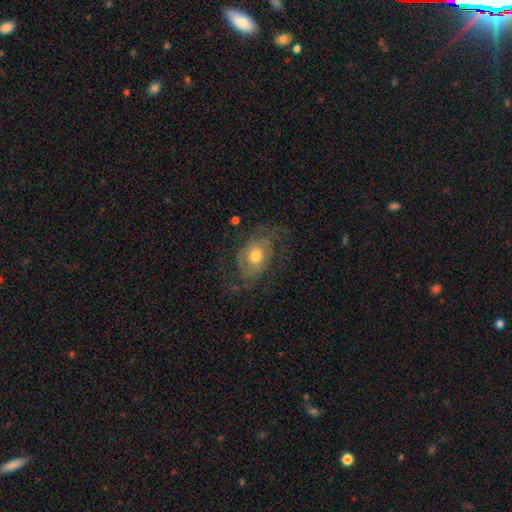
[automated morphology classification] featured or disk 70%, smooth 23%, star or artifact 7%. Down the decision tree: edge-on disk — no (96%); bar — no (76%); spiral arms — yes (82%); spiral arm count — 2 (38%); spiral winding — medium (40%); bulge size — moderate (72%); merging — none (55%).